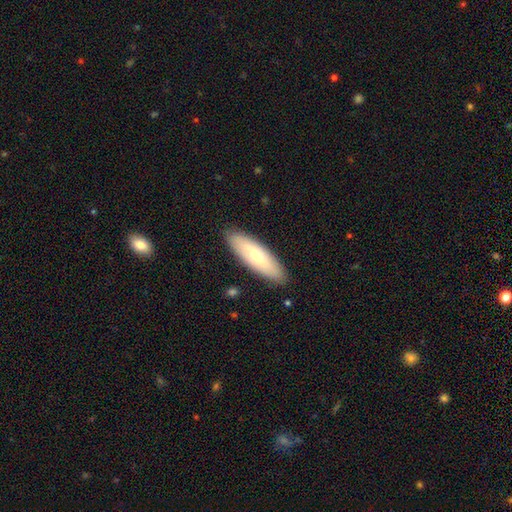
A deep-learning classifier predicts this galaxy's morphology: Smooth or featured?
  - smooth: 61% *
  - featured or disk: 31%
  - star or artifact: 8%
How rounded?
  - cigar-shaped: 51% *
  - in between: 47%
  - round: 2%
Merging?
  - none: 89% *
  - minor disturbance: 8%
  - major disturbance: 2%
  - merger: 1%